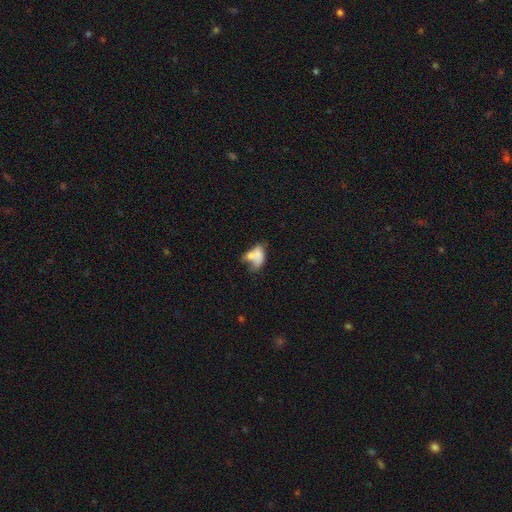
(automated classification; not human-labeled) A smooth galaxy with no disk features (67%) that is in between round and cigar-shaped (86%).

Vote fractions:
- Smooth or featured? smooth: 67% / featured or disk: 24% / star or artifact: 9%
- How rounded? in between: 86% / round: 11% / cigar-shaped: 4%
- Merging? merger: 53% / none: 19% / major disturbance: 14% / minor disturbance: 14%